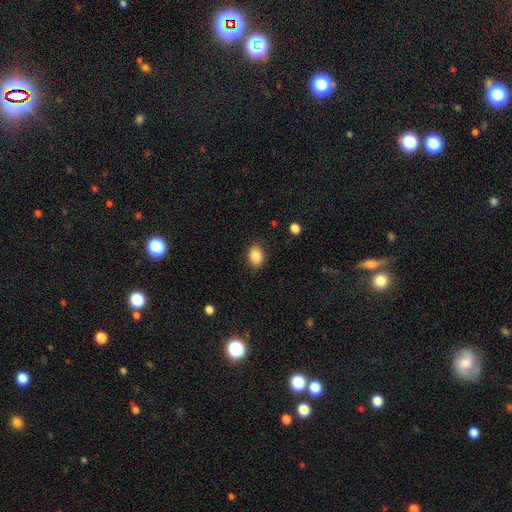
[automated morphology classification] A smooth galaxy with no disk features (87%) that is in between round and cigar-shaped (74%). Merging: none (87%).